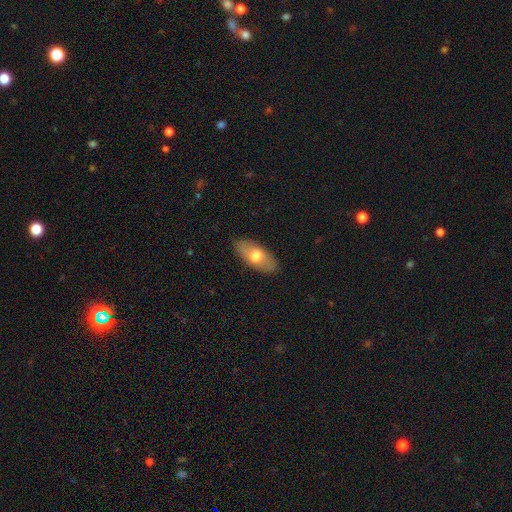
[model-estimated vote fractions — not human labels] smooth-or-featured: smooth: 65% | featured or disk: 29% | star or artifact: 6%
  how-rounded: in between: 89% | cigar-shaped: 8% | round: 3%
  merging: none: 86% | minor disturbance: 11% | major disturbance: 2% | merger: 1%